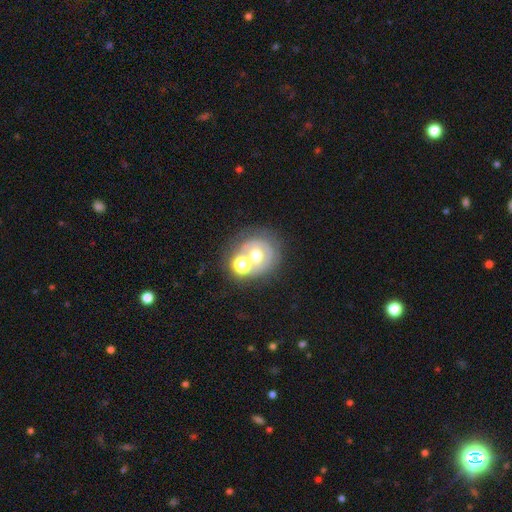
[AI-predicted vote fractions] Morphology: type=featured or disk (43%); merging=none (50%).